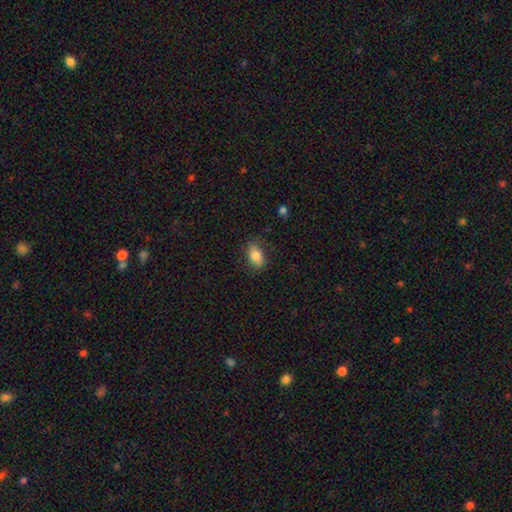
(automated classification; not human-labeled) The model was most divided on "merging": none: 78%, minor disturbance: 17%, major disturbance: 4%, merger: 1%. More confident: how rounded — in between (88%); smooth or featured — smooth (81%).